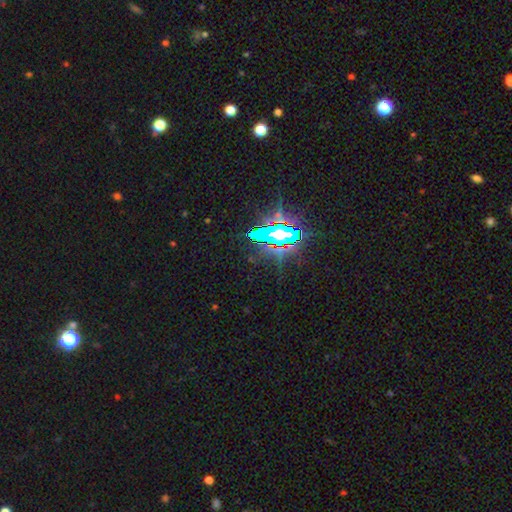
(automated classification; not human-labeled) This is likely a star or artifact rather than a galaxy (79%).